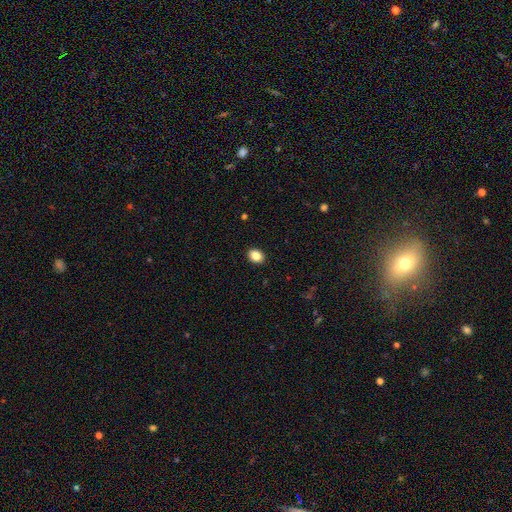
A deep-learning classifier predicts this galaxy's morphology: Smooth or featured?
  - smooth: 85% *
  - star or artifact: 9%
  - featured or disk: 6%
How rounded?
  - in between: 63% *
  - round: 36%
  - cigar-shaped: 1%
Merging?
  - none: 91% *
  - minor disturbance: 6%
  - major disturbance: 2%
  - merger: 1%